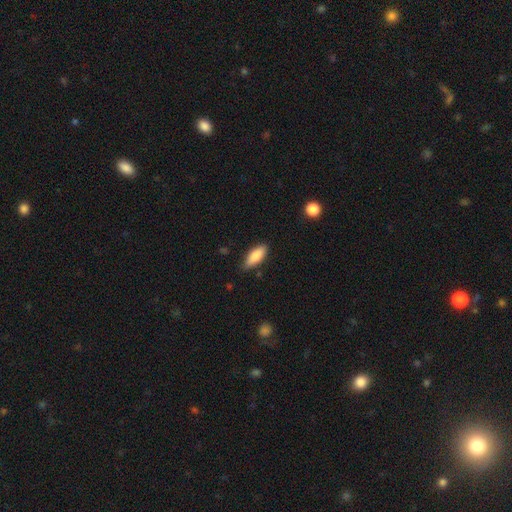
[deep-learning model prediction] This appears to be a smooth galaxy with no disk features (81%) that is in between round and cigar-shaped (69%). Merging: none (82%).